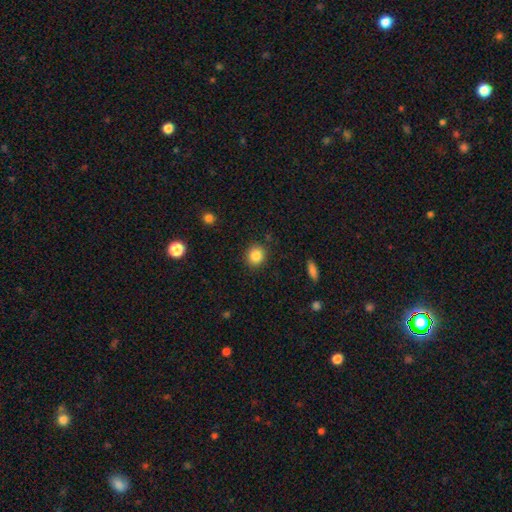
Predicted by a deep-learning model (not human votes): smooth 85%, star or artifact 10%, featured or disk 5%. Down the decision tree: how rounded — round (81%); merging — none (89%).